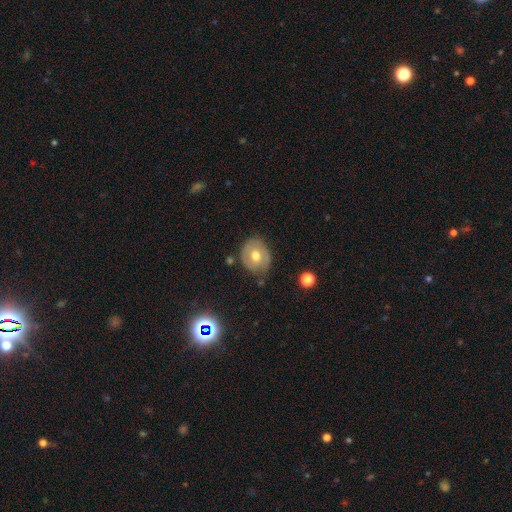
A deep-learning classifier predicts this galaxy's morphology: Q: Smooth or featured?
A: smooth (52%); runner-up: featured or disk (40%)
Q: How rounded?
A: round (62%); runner-up: in between (37%)
Q: Merging?
A: none (67%); runner-up: minor disturbance (24%)